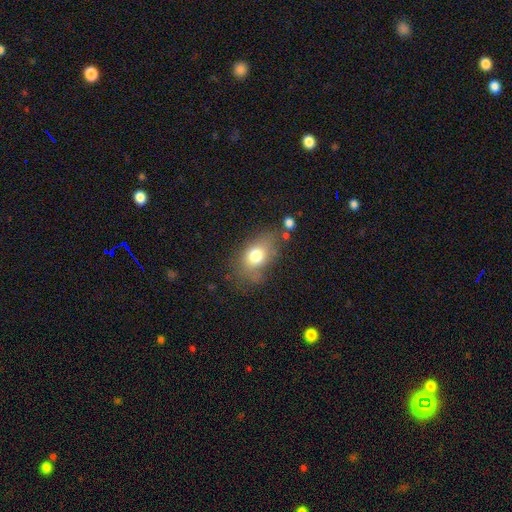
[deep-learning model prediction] Smooth or featured: smooth — 74% (featured or disk — 16%)
How rounded: in between — 74% (round — 24%)
Merging: none — 60% (minor disturbance — 23%)